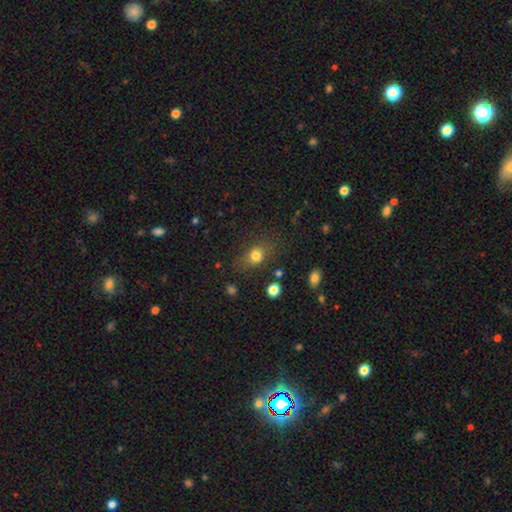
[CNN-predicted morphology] Smooth or featured? smooth (76%)
How rounded? in between (54%)
Merging? none (74%)